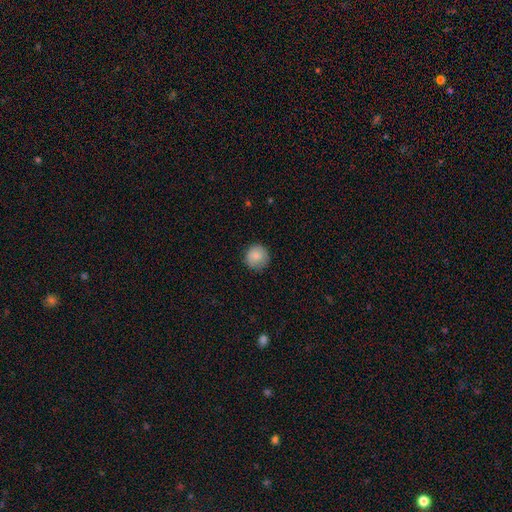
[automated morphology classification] A smooth galaxy with no disk features (86%) that is round (93%).

Vote fractions:
- Smooth or featured? smooth: 86% / star or artifact: 8% / featured or disk: 7%
- How rounded? round: 93% / in between: 6% / cigar-shaped: 1%
- Merging? none: 83% / minor disturbance: 13% / major disturbance: 3% / merger: 1%